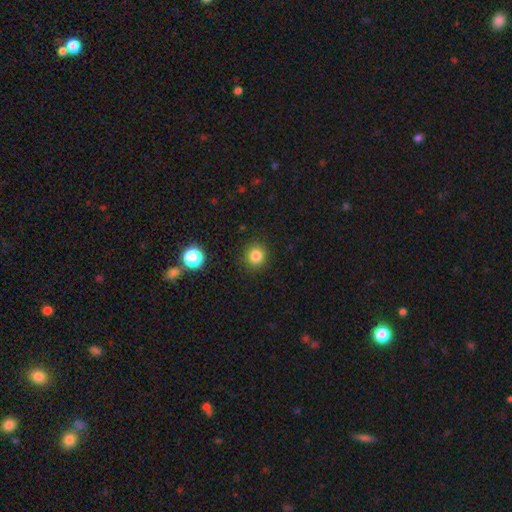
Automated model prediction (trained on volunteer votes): Morphology: type=smooth (83%); roundness=round (90%); merging=none (90%).